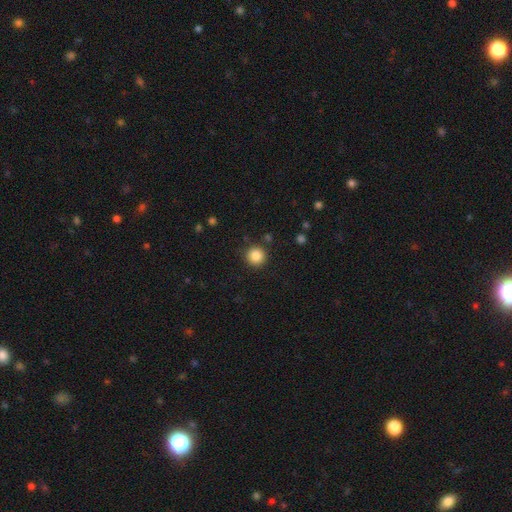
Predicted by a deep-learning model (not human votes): Q: Smooth or featured?
A: smooth (86%); runner-up: star or artifact (10%)
Q: How rounded?
A: round (94%); runner-up: in between (5%)
Q: Merging?
A: none (88%); runner-up: minor disturbance (7%)